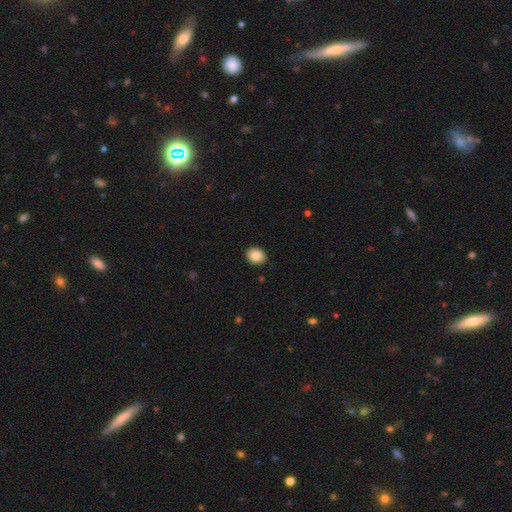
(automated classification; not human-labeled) Q: Smooth or featured?
A: smooth (88%); runner-up: star or artifact (8%)
Q: How rounded?
A: round (51%); runner-up: in between (49%)
Q: Merging?
A: none (91%); runner-up: minor disturbance (7%)